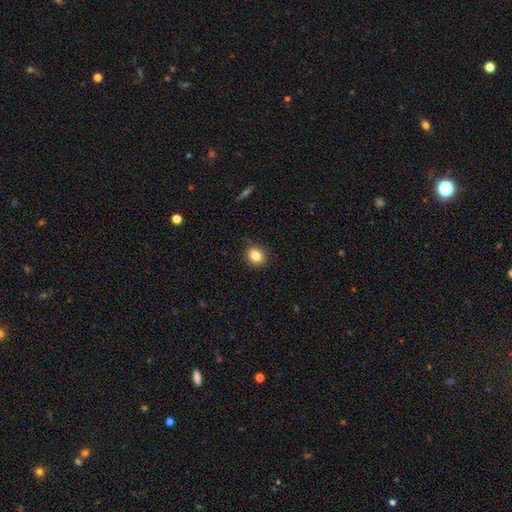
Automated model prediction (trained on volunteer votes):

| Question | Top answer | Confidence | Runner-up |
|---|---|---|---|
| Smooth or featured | smooth | 84% | star or artifact (10%) |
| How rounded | round | 69% | in between (30%) |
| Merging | none | 89% | minor disturbance (8%) |